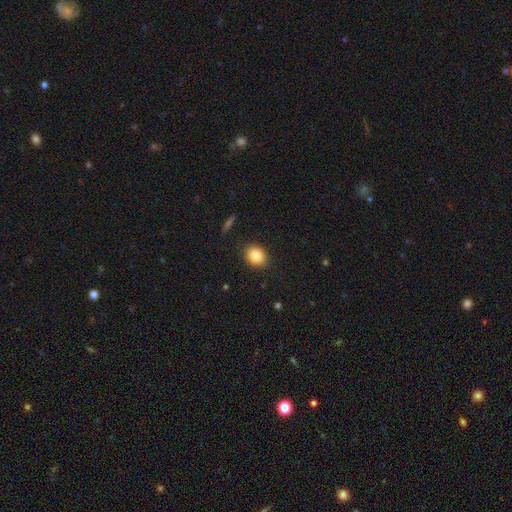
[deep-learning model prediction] smooth 84%, star or artifact 9%, featured or disk 7%. Down the decision tree: how rounded — round (53%); merging — none (89%).